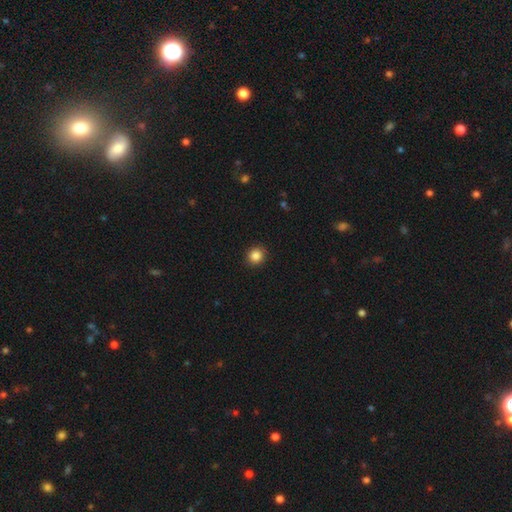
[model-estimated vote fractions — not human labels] The model was most divided on "smooth or featured": smooth: 85%, star or artifact: 11%, featured or disk: 4%. More confident: merging — none (91%); how rounded — round (88%).